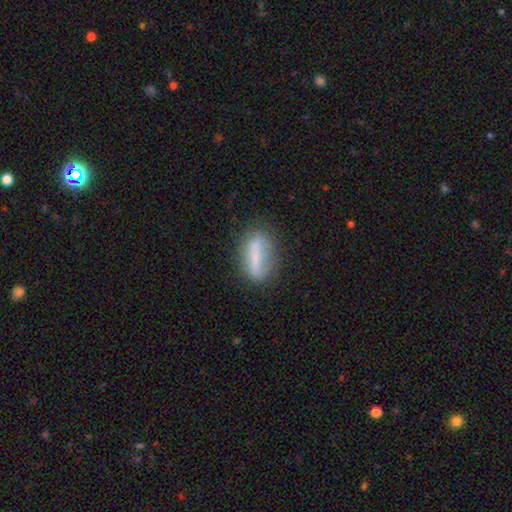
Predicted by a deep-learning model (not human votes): Morphology: type=smooth (57%); roundness=in between (57%); merging=none (69%).